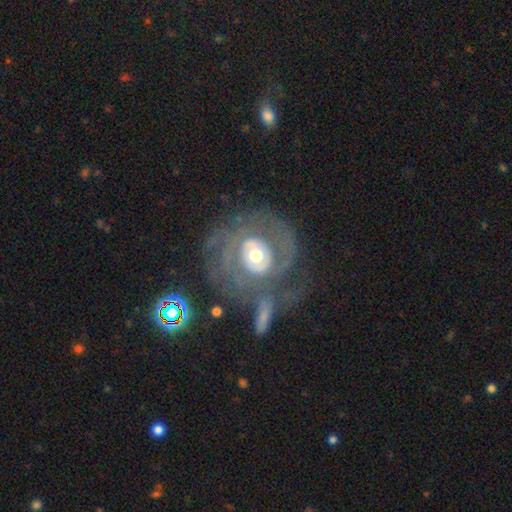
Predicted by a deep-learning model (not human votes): featured or disk 78%, smooth 15%, star or artifact 7%. Down the decision tree: edge-on disk — no (96%); bar — no (73%); spiral arms — yes (71%); spiral arm count — can't tell (36%); spiral winding — tight (55%); bulge size — moderate (67%); merging — none (48%).